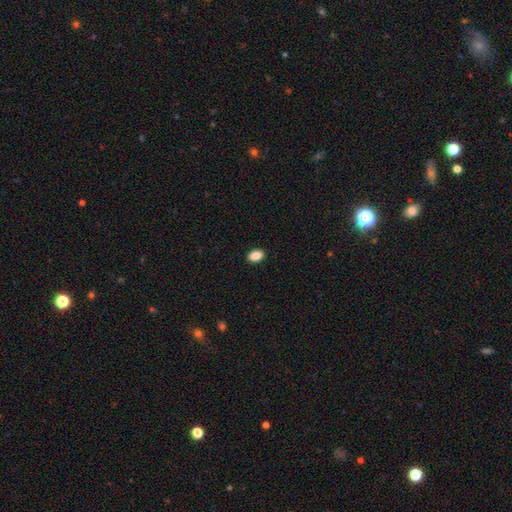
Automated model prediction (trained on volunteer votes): A smooth galaxy with no disk features (89%) that is in between round and cigar-shaped (88%). Merging: none (90%).